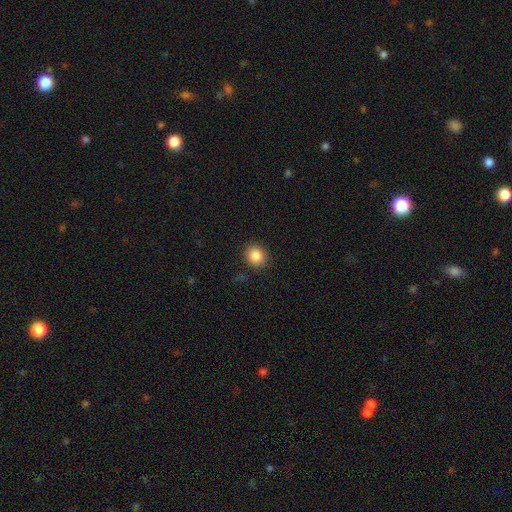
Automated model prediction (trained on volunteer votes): smooth_or_featured: smooth (p=0.86) [alt: star or artifact p=0.10]
how_rounded: round (p=0.82) [alt: in between p=0.17]
merging: none (p=0.89) [alt: minor disturbance p=0.07]